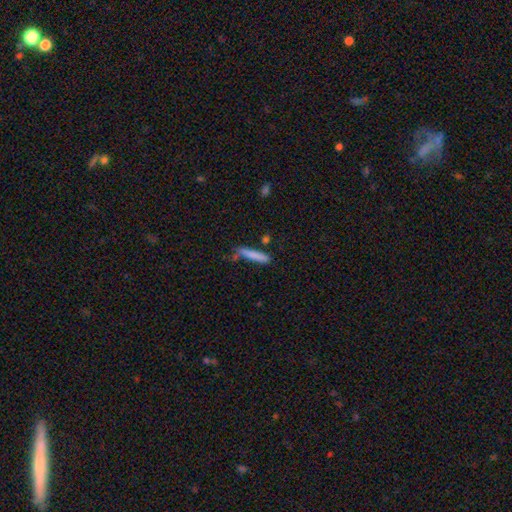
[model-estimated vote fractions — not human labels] A smooth galaxy with no disk features (79%) that is cigar-shaped (90%).

Vote fractions:
- Smooth or featured? smooth: 79% / featured or disk: 14% / star or artifact: 7%
- How rounded? cigar-shaped: 90% / in between: 8% / round: 2%
- Merging? none: 61% / minor disturbance: 24% / merger: 8% / major disturbance: 7%